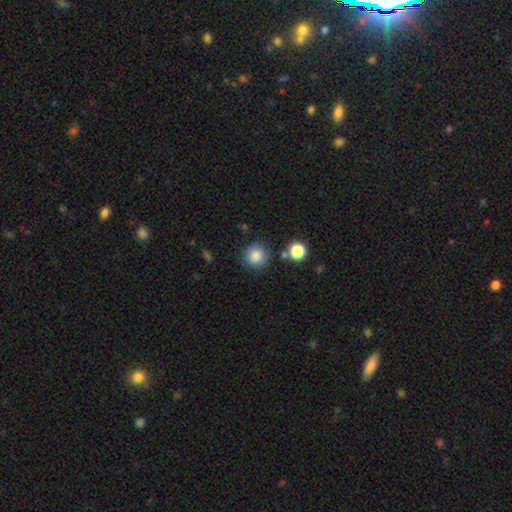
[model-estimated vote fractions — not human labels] Smooth or featured: smooth — 84% (star or artifact — 10%)
How rounded: round — 94% (in between — 5%)
Merging: none — 84% (minor disturbance — 9%)